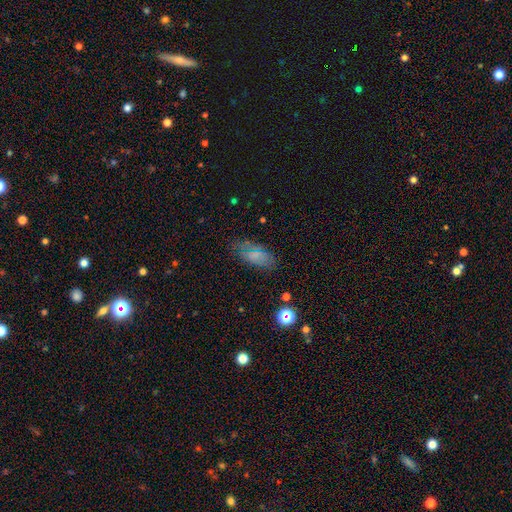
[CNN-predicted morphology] A smooth galaxy with no disk features (65%) that is in between round and cigar-shaped (86%).

Vote fractions:
- Smooth or featured? smooth: 65% / featured or disk: 21% / star or artifact: 14%
- How rounded? in between: 86% / cigar-shaped: 10% / round: 4%
- Merging? none: 70% / minor disturbance: 21% / major disturbance: 8% / merger: 2%